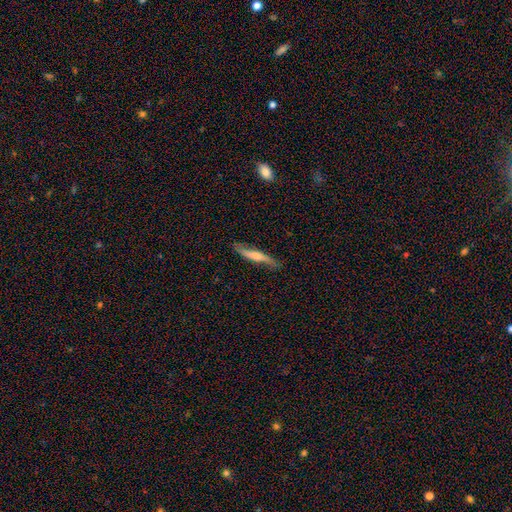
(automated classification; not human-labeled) Overall: featured or disk (52%; smooth 43%). Edge-on disk: yes (71%). Merging: none (76%).